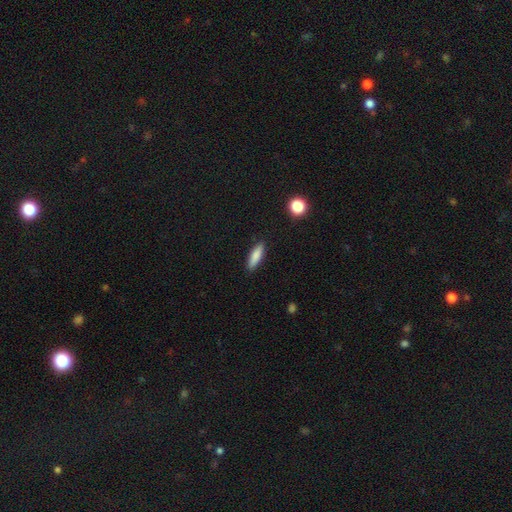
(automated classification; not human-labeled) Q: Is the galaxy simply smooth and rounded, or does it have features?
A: smooth — 84%.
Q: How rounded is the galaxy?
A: cigar-shaped — 64%.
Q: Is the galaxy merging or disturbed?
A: none — 89%.